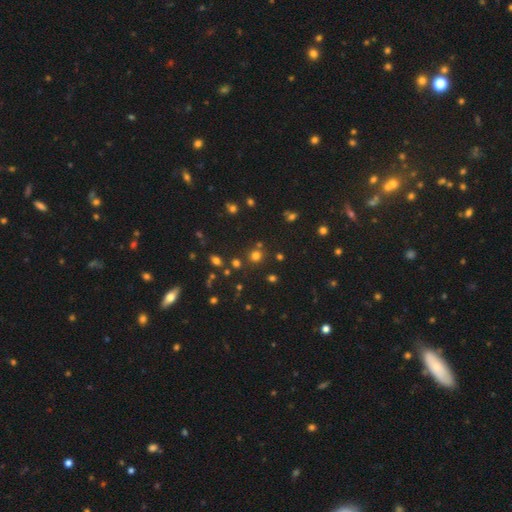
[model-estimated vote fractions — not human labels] smooth 67%, star or artifact 27%, featured or disk 7%. Down the decision tree: how rounded — round (89%); merging — none (80%).